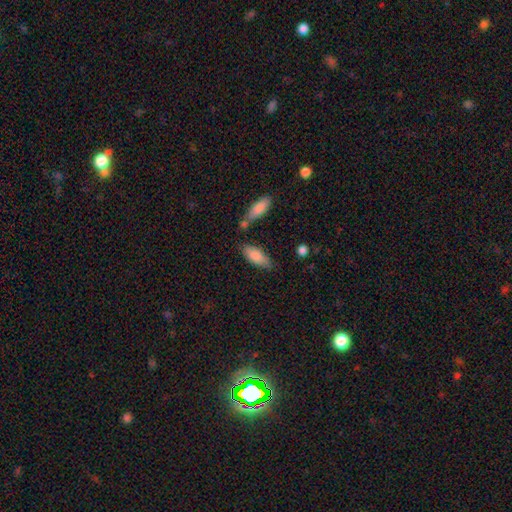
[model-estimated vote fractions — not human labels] Morphology: type=smooth (83%); roundness=in between (75%); merging=none (65%).